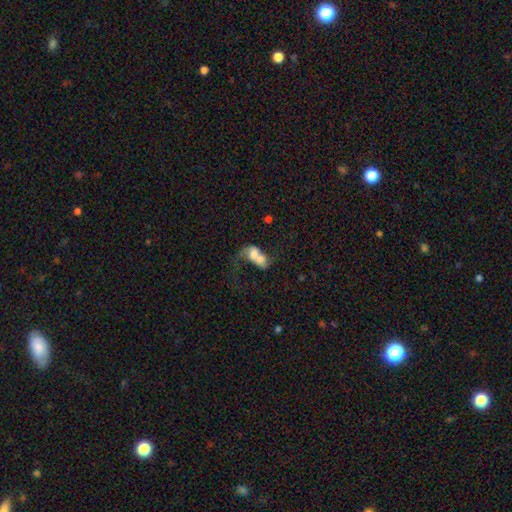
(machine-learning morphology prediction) type=smooth (52%); roundness=in between (69%); merging=merger (74%).